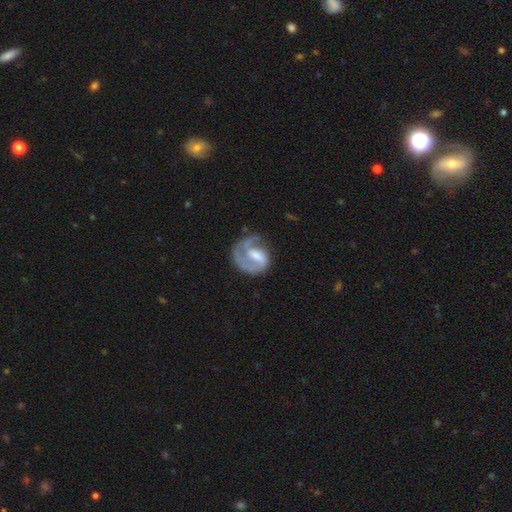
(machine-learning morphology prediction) featured or disk 77%, smooth 17%, star or artifact 5%. Down the decision tree: edge-on disk — no (98%); bar — weak (51%); spiral arms — yes (91%); spiral arm count — 1 (54%); spiral winding — tight (42%); bulge size — moderate (42%); merging — none (55%).